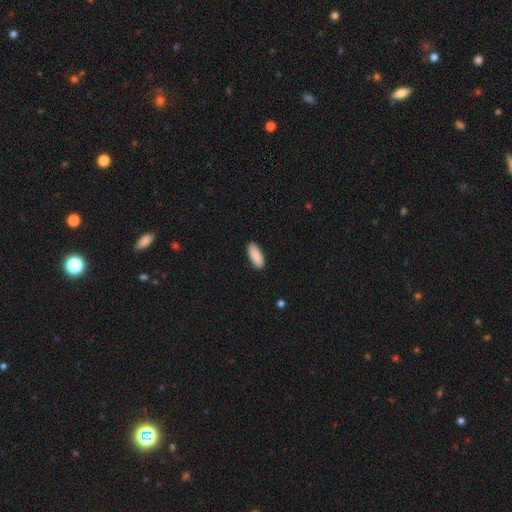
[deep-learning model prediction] The model was most divided on "how rounded": in between: 76%, cigar-shaped: 23%, round: 2%. More confident: merging — none (90%); smooth or featured — smooth (90%).